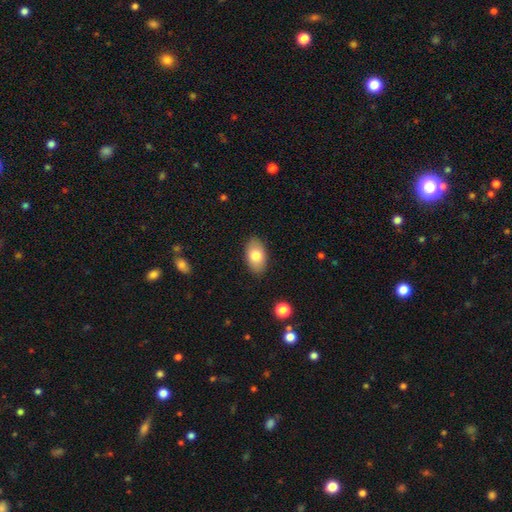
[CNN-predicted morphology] The model was most divided on "smooth or featured": smooth: 79%, featured or disk: 14%, star or artifact: 7%. More confident: how rounded — in between (92%); merging — none (86%).